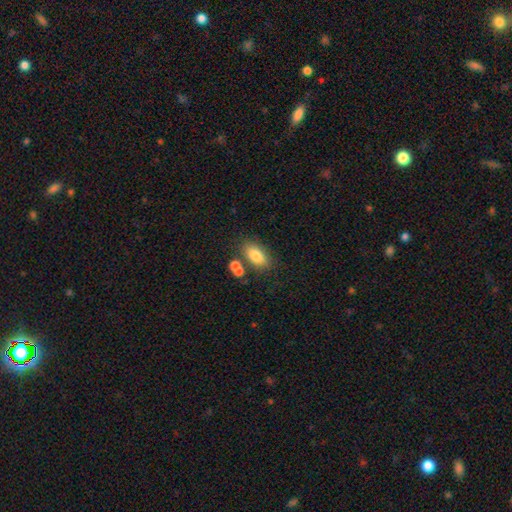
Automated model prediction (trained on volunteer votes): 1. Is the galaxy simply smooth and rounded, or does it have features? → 81% smooth, 11% featured or disk, 8% star or artifact.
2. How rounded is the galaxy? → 87% in between, 7% round, 5% cigar-shaped.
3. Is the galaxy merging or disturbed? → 67% none, 16% merger, 13% minor disturbance, 4% major disturbance.